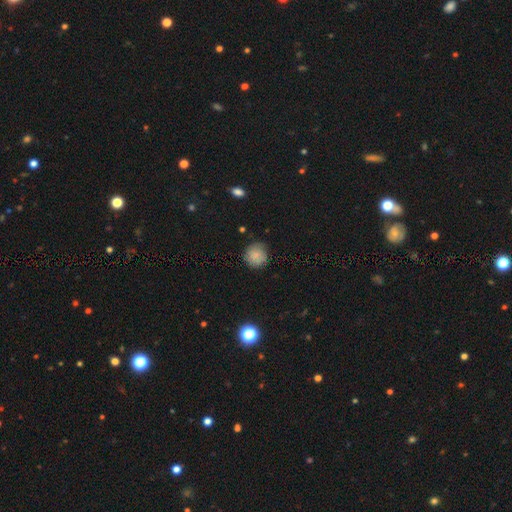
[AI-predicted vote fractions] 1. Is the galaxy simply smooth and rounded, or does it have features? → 80% smooth, 10% featured or disk, 9% star or artifact.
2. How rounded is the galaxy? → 91% round, 8% in between, 1% cigar-shaped.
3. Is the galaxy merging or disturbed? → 79% none, 16% minor disturbance, 3% major disturbance, 1% merger.